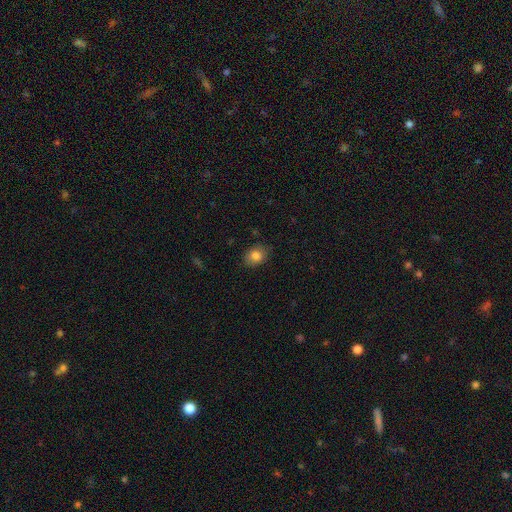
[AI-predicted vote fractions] A smooth galaxy with no disk features (82%) that is in between round and cigar-shaped (59%). Merging: none (81%).